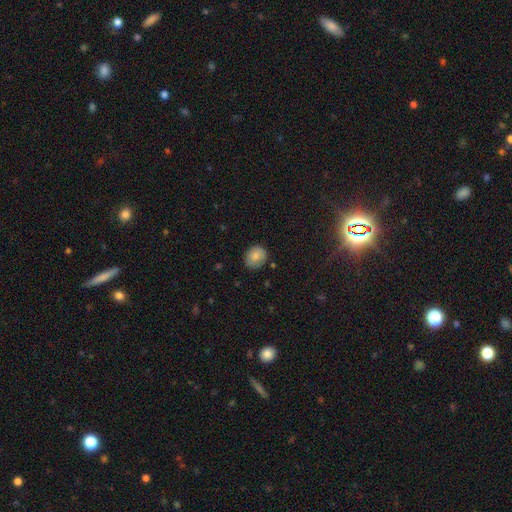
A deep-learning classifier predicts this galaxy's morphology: type=smooth (81%); roundness=round (68%); merging=none (73%).